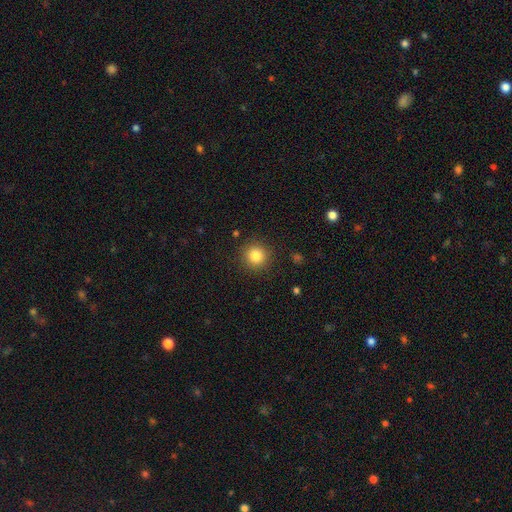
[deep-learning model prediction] A smooth galaxy with no disk features (84%) that is round (94%).

Vote fractions:
- Smooth or featured? smooth: 84% / star or artifact: 11% / featured or disk: 5%
- How rounded? round: 94% / in between: 5% / cigar-shaped: 1%
- Merging? none: 89% / minor disturbance: 7% / major disturbance: 3% / merger: 1%